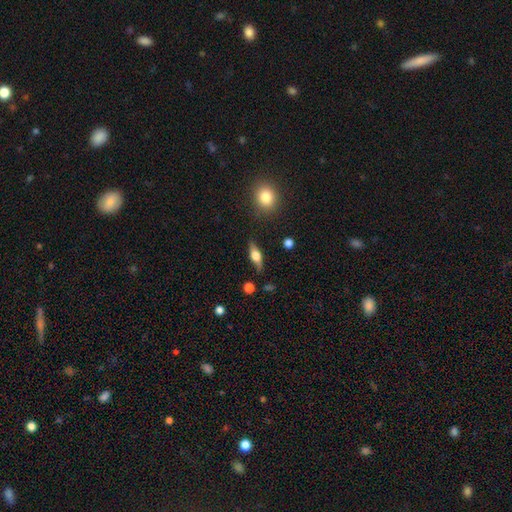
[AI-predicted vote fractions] smooth-or-featured: featured or disk: 52% | smooth: 41% | star or artifact: 8%
  disk-edge-on: yes: 90% | no: 10%
  merging: none: 82% | minor disturbance: 12% | major disturbance: 4% | merger: 2%